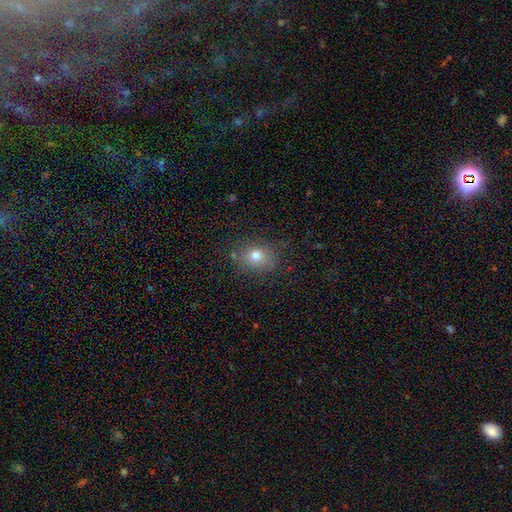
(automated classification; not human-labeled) A smooth galaxy with no disk features (75%) that is round (59%).

Vote fractions:
- Smooth or featured? smooth: 75% / star or artifact: 14% / featured or disk: 11%
- How rounded? round: 59% / in between: 40% / cigar-shaped: 1%
- Merging? none: 78% / minor disturbance: 15% / major disturbance: 5% / merger: 2%